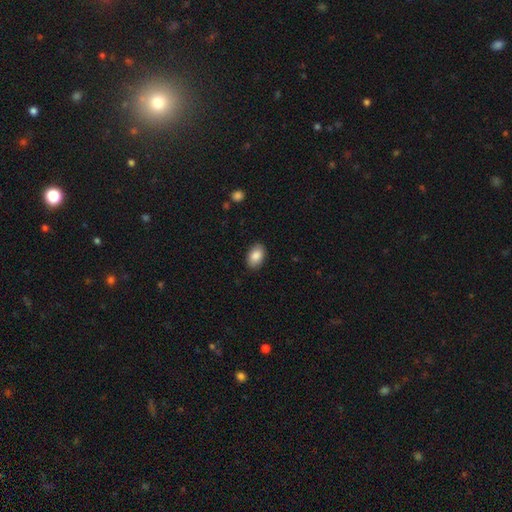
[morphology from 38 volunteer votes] smooth_or_featured: smooth (p=0.92) [alt: star or artifact p=0.05]
how_rounded: in between (p=0.97) [alt: round p=0.03]
merging: none (p=0.94) [alt: minor disturbance p=0.03]